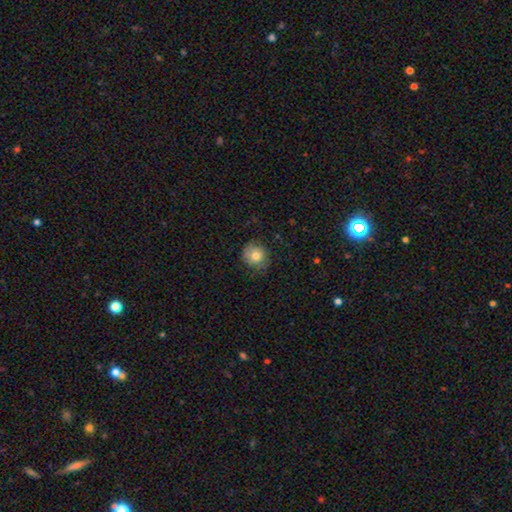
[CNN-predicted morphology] Smooth or featured? Predicted: smooth (p=0.76). How rounded? Predicted: round (p=0.87). Merging? Predicted: none (p=0.73).